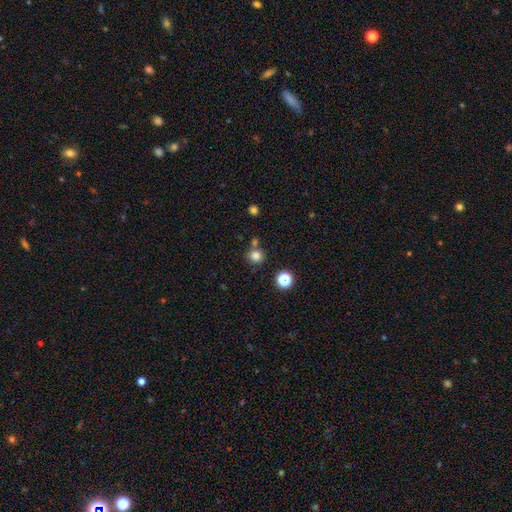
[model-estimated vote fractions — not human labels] This appears to be a smooth galaxy with no disk features (80%) that is round (90%). Merging: none (71%).